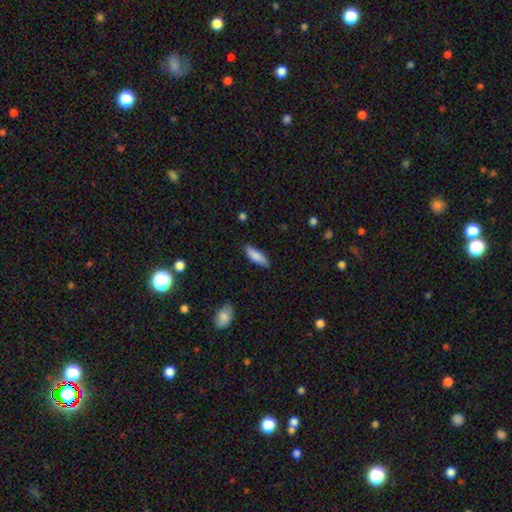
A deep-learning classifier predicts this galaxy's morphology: This is clearly a smooth galaxy (81%). How rounded: possibly in between (59%). Merging: likely none (79%).